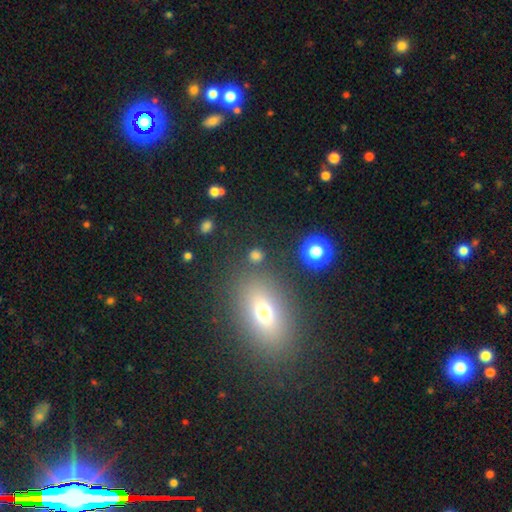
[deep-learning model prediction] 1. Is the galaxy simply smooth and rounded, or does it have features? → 70% smooth, 23% star or artifact, 7% featured or disk.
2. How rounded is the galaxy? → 81% round, 17% in between, 2% cigar-shaped.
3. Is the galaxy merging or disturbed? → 80% none, 9% minor disturbance, 7% merger, 4% major disturbance.